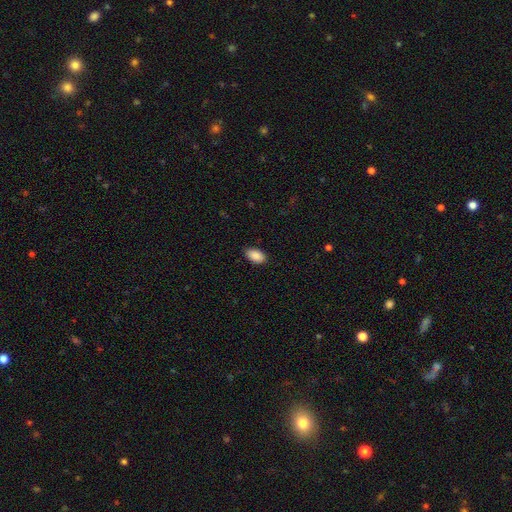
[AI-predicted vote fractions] Smooth or featured? smooth (90%)
How rounded? in between (94%)
Merging? none (88%)